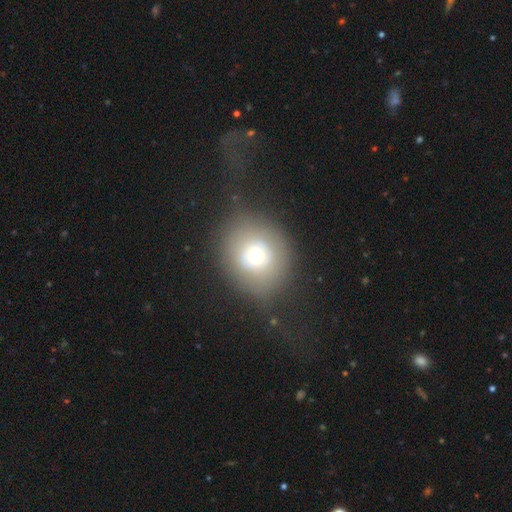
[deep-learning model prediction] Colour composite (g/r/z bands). It shows a smooth galaxy with no disk features (63%) that is round (76%). Merging: none (56%).